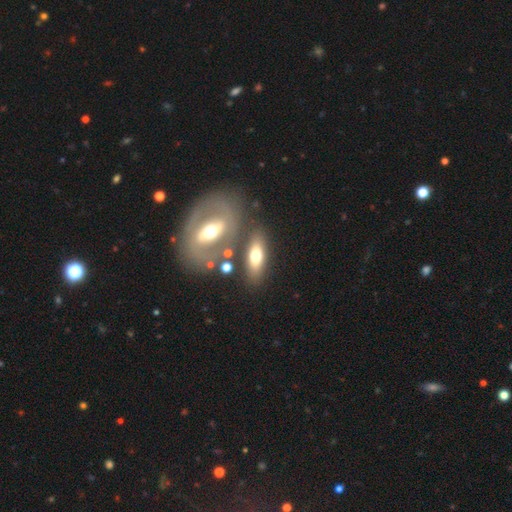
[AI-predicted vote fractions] Morphology: type=smooth (58%); roundness=in between (70%); merging=none (68%).